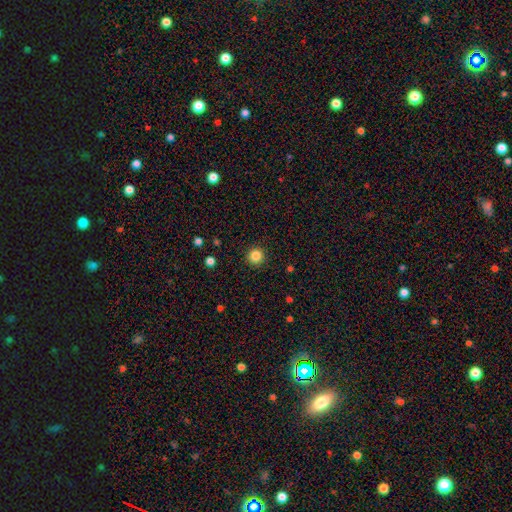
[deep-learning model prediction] Smooth or featured: smooth — 85% (star or artifact — 11%)
How rounded: round — 96% (in between — 4%)
Merging: none — 92% (minor disturbance — 5%)